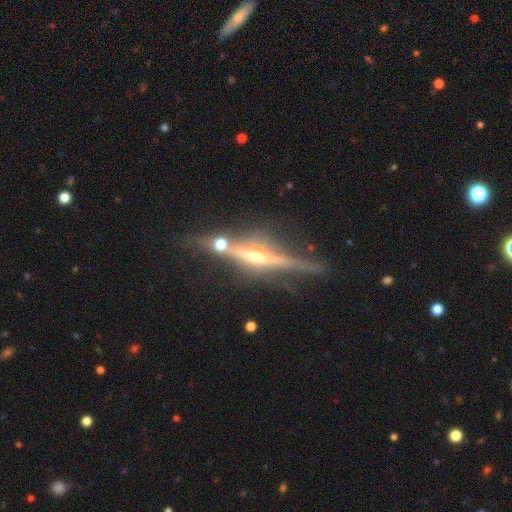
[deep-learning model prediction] Smooth or featured? featured or disk (83%)
Edge-on disk? yes (96%)
Edge-on bulge? rounded (80%)
Merging? none (68%)